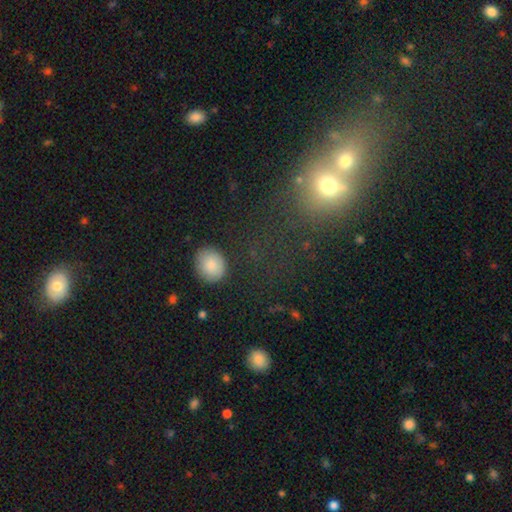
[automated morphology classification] Smooth or featured?
  - smooth: 53% *
  - star or artifact: 30%
  - featured or disk: 16%
How rounded?
  - round: 60% *
  - in between: 37%
  - cigar-shaped: 3%
Merging?
  - merger: 42% *
  - none: 40%
  - minor disturbance: 10%
  - major disturbance: 9%